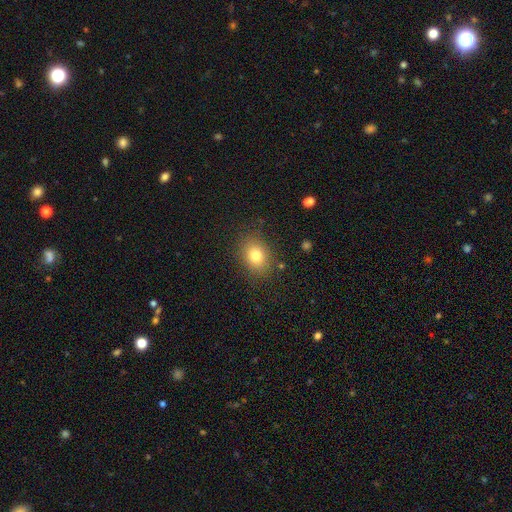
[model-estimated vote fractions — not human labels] smooth 78%, star or artifact 11%, featured or disk 10%. Down the decision tree: how rounded — in between (55%); merging — none (84%).